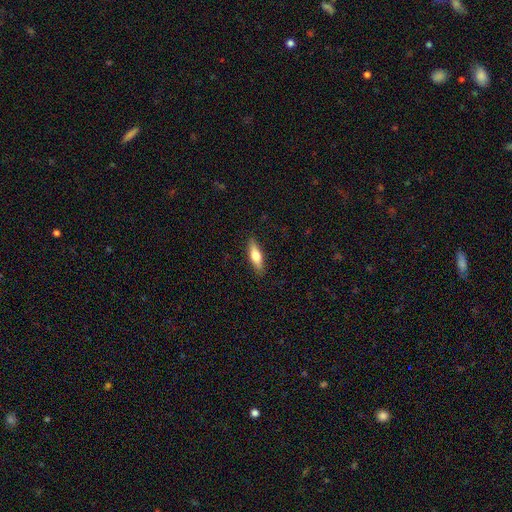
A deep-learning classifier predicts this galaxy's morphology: Smooth or featured?
  - smooth: 63% *
  - featured or disk: 31%
  - star or artifact: 6%
How rounded?
  - cigar-shaped: 53% *
  - in between: 44%
  - round: 2%
Merging?
  - none: 87% *
  - minor disturbance: 9%
  - major disturbance: 2%
  - merger: 1%